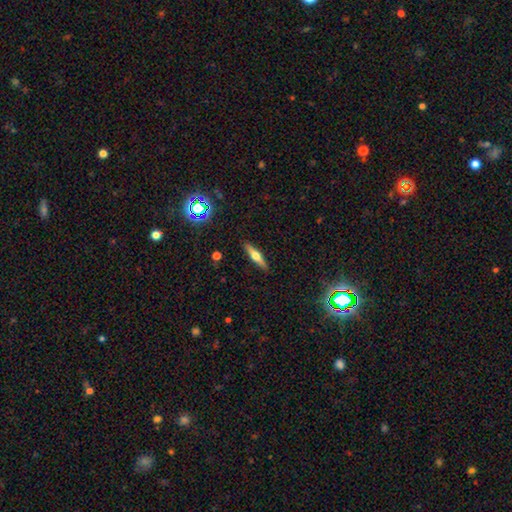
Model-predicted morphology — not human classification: Smooth or featured: featured or disk — 57% (smooth — 36%)
Edge-on disk: yes — 95% (no — 5%)
Edge-on bulge: rounded — 93% (boxy — 4%)
Merging: none — 90% (minor disturbance — 7%)